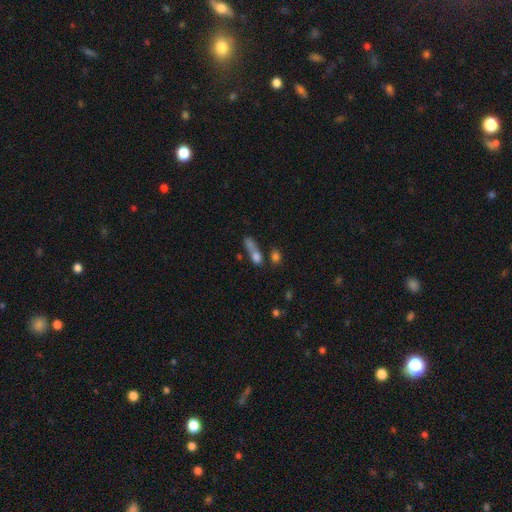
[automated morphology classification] smooth_or_featured: smooth (p=0.70) [alt: star or artifact p=0.15]
how_rounded: in between (p=0.54) [alt: cigar-shaped p=0.26]
merging: merger (p=0.43) [alt: none p=0.35]